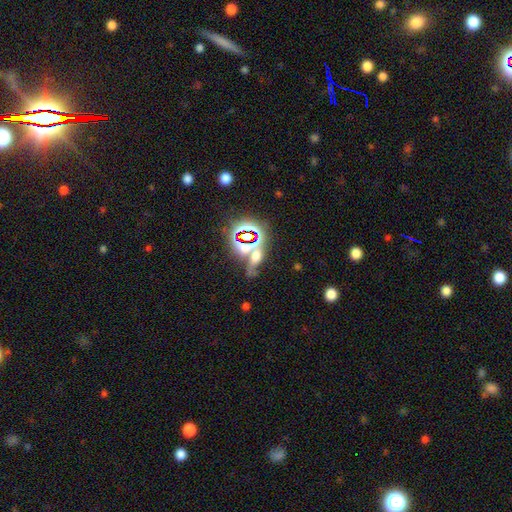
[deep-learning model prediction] Smooth or featured? Predicted: star or artifact (p=0.48).